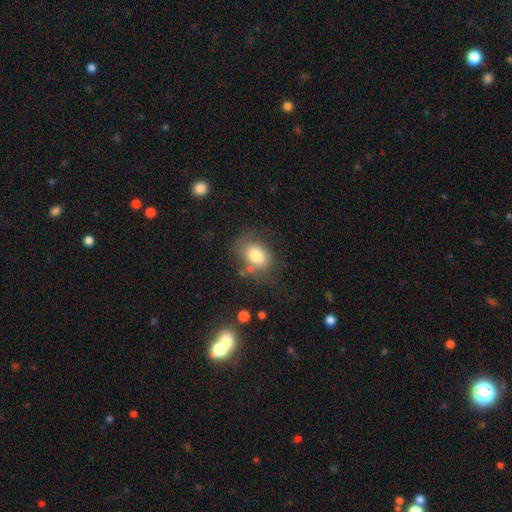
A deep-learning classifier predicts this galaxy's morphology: Smooth or featured?
  - smooth: 77% *
  - featured or disk: 14%
  - star or artifact: 9%
How rounded?
  - in between: 71% *
  - round: 28%
  - cigar-shaped: 1%
Merging?
  - none: 62% *
  - minor disturbance: 21%
  - major disturbance: 11%
  - merger: 6%